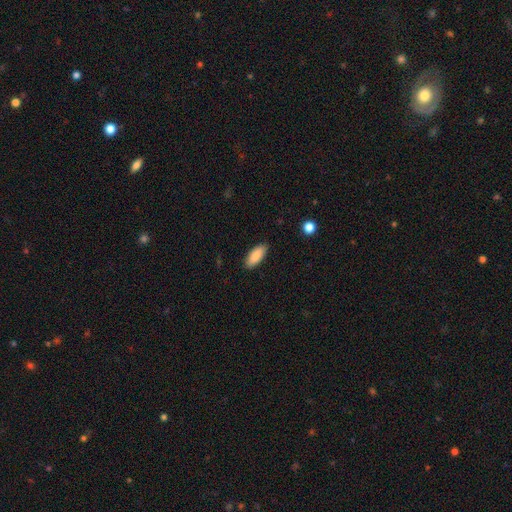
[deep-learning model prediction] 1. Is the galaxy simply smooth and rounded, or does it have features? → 87% smooth, 7% featured or disk, 6% star or artifact.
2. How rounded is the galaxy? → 83% in between, 16% cigar-shaped, 2% round.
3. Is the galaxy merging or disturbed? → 87% none, 10% minor disturbance, 2% major disturbance, 1% merger.